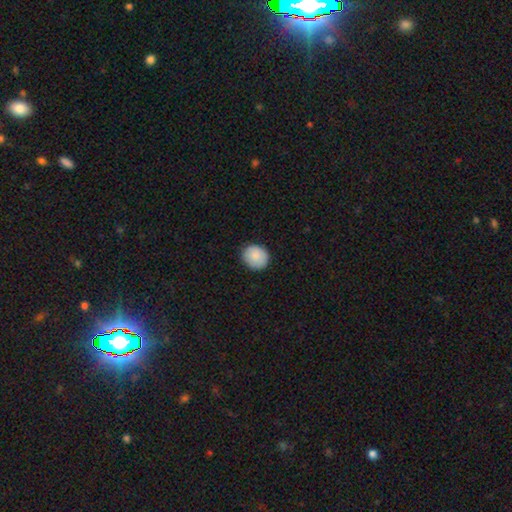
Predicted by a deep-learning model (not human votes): Smooth or featured? Predicted: smooth (p=0.88). How rounded? Predicted: round (p=0.71). Merging? Predicted: none (p=0.87).